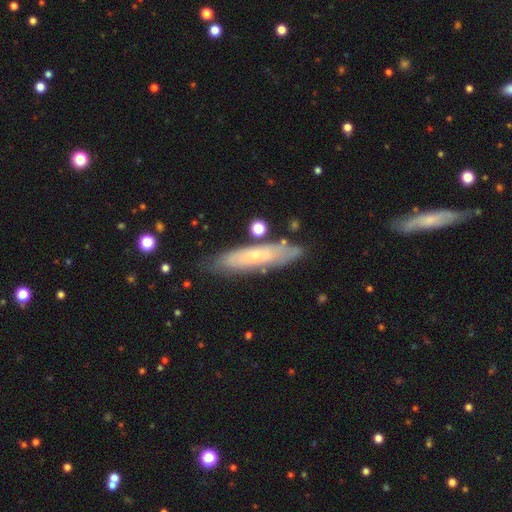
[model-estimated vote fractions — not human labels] smooth 49%, featured or disk 45%, star or artifact 7%. Down the decision tree: merging — none (76%).